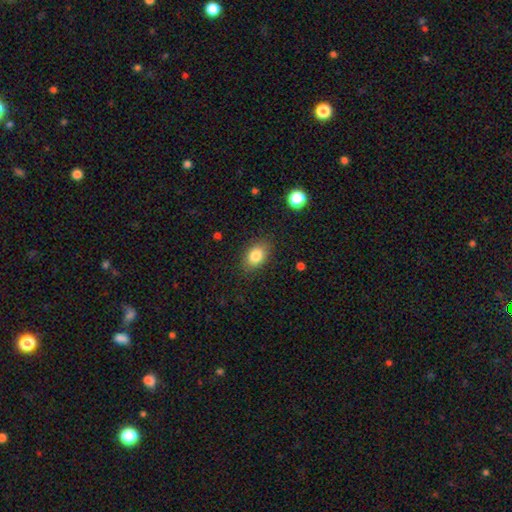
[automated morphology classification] This is clearly a smooth galaxy (83%). How rounded: clearly in between (82%). Merging: clearly none (84%).